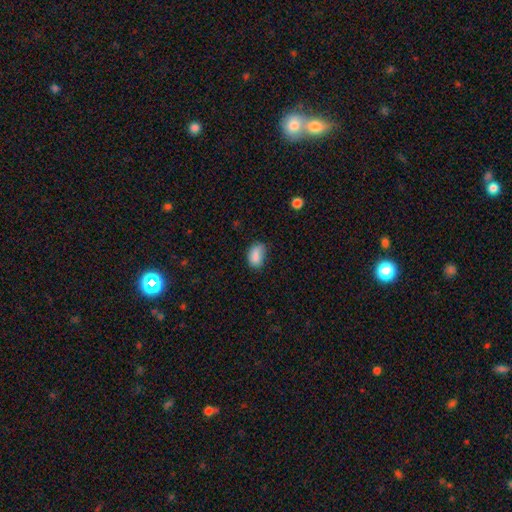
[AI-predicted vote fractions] Morphology: type=smooth (86%); roundness=in between (87%); merging=none (60%).